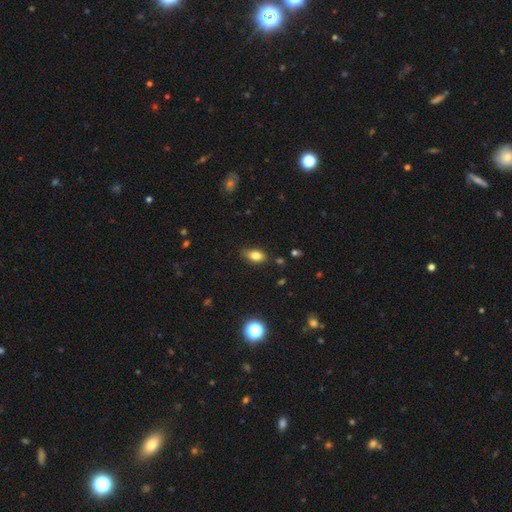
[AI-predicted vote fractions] Overall: smooth (80%). How rounded: in between (87%). Merging: none (82%).